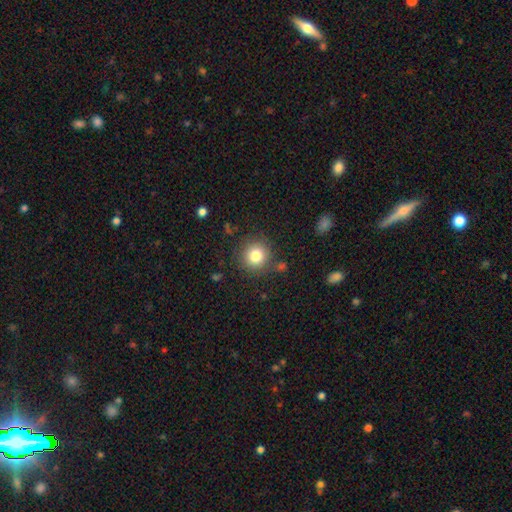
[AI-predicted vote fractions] A smooth galaxy with no disk features (81%) that is round (93%).

Vote fractions:
- Smooth or featured? smooth: 81% / star or artifact: 11% / featured or disk: 8%
- How rounded? round: 93% / in between: 6% / cigar-shaped: 1%
- Merging? none: 85% / minor disturbance: 9% / major disturbance: 3% / merger: 3%